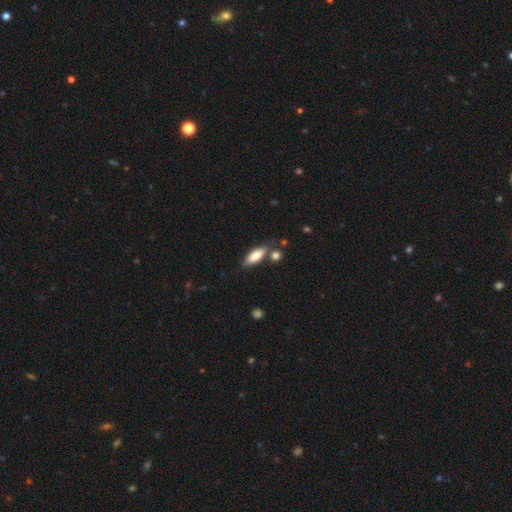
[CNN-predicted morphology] This appears to be a smooth galaxy with no disk features (77%) that is in between round and cigar-shaped (66%). Merging: none (66%).